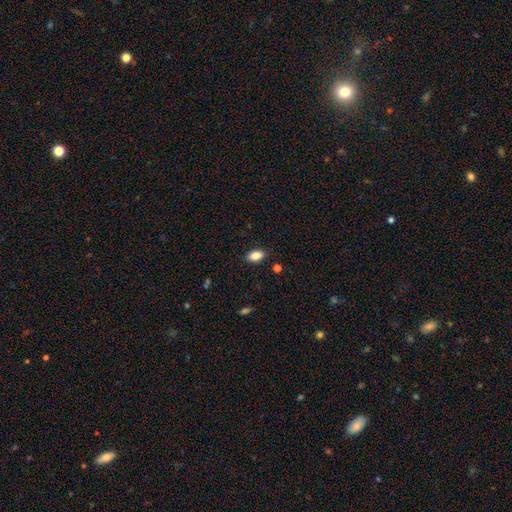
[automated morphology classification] smooth 86%, star or artifact 8%, featured or disk 6%. Down the decision tree: how rounded — in between (91%); merging — none (87%).